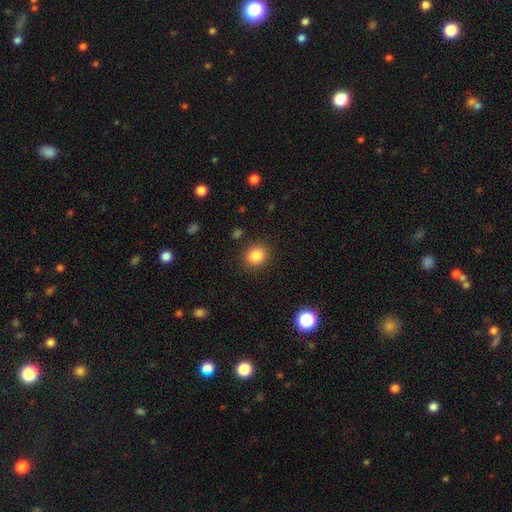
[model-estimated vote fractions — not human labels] smooth_or_featured: smooth (p=0.86) [alt: star or artifact p=0.10]
how_rounded: round (p=0.72) [alt: in between p=0.27]
merging: none (p=0.87) [alt: minor disturbance p=0.08]